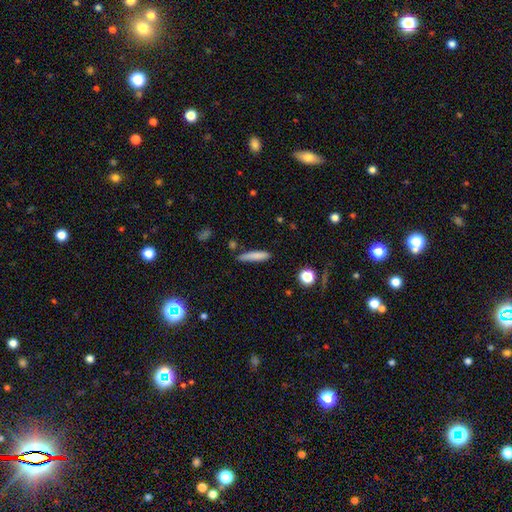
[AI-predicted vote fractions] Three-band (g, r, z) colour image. It shows a smooth galaxy with no disk features (81%) that is cigar-shaped (85%). Merging: none (76%).